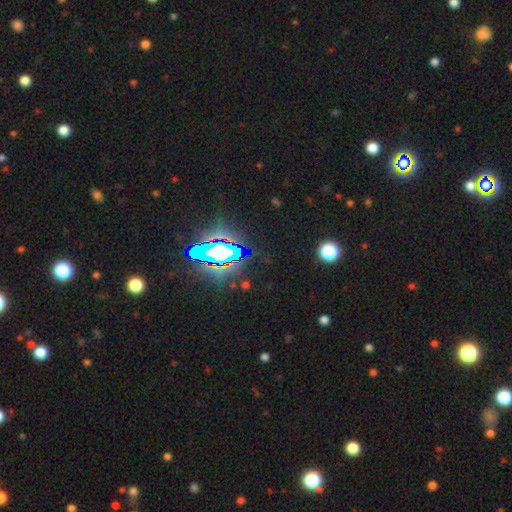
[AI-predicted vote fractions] A star or artifact, not a galaxy (82%).

Vote fractions:
- Smooth or featured? star or artifact: 82% / smooth: 9% / featured or disk: 9%